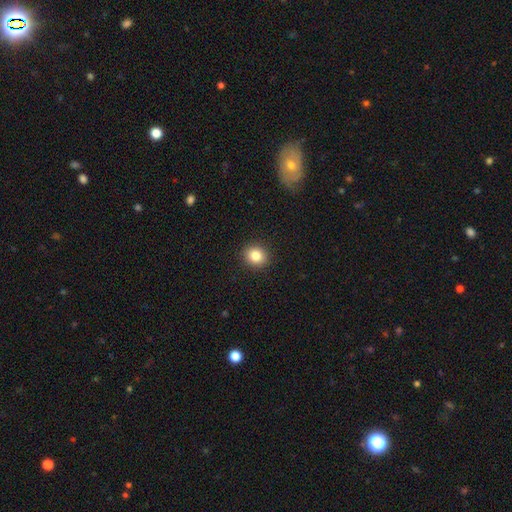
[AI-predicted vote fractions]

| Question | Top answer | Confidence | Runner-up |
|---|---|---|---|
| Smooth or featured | smooth | 83% | star or artifact (11%) |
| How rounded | round | 82% | in between (17%) |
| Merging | none | 92% | minor disturbance (5%) |